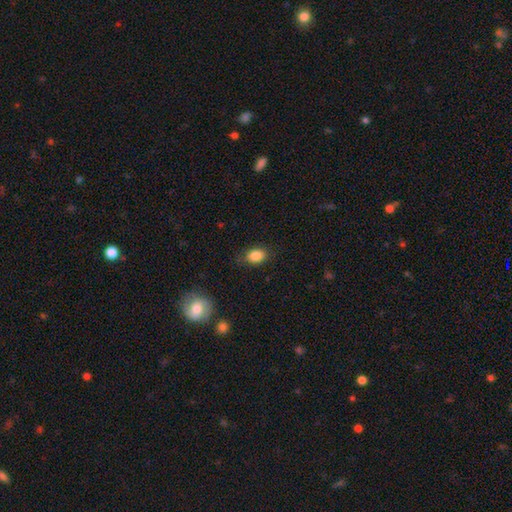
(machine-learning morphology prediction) The model was most divided on "how rounded": in between: 77%, round: 22%, cigar-shaped: 1%. More confident: smooth or featured — smooth (86%); merging — none (80%).